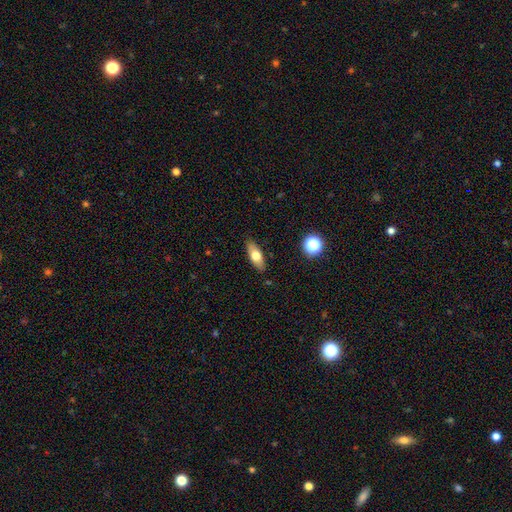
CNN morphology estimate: smooth_or_featured: smooth (p=0.64) [alt: featured or disk p=0.29]
how_rounded: in between (p=0.70) [alt: cigar-shaped p=0.25]
merging: none (p=0.87) [alt: minor disturbance p=0.10]